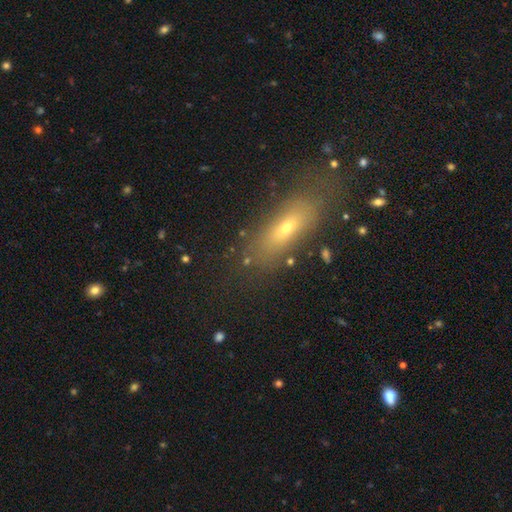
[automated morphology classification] A smooth galaxy with no disk features (58%) that is in between round and cigar-shaped (54%).

Vote fractions:
- Smooth or featured? smooth: 58% / featured or disk: 27% / star or artifact: 15%
- How rounded? in between: 54% / cigar-shaped: 41% / round: 5%
- Merging? none: 77% / minor disturbance: 14% / major disturbance: 6% / merger: 2%